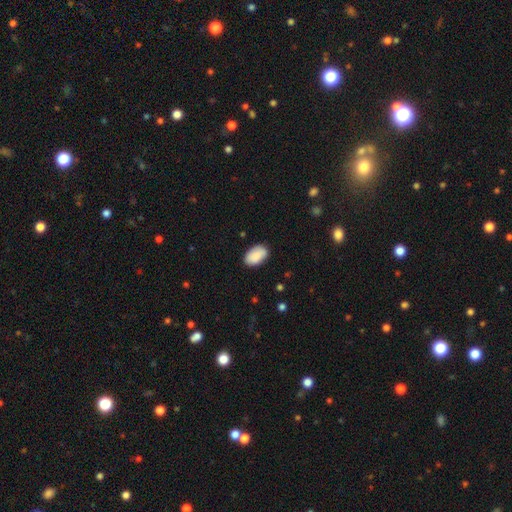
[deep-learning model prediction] This is clearly a smooth galaxy (89%). How rounded: clearly in between (92%). Merging: clearly none (82%).